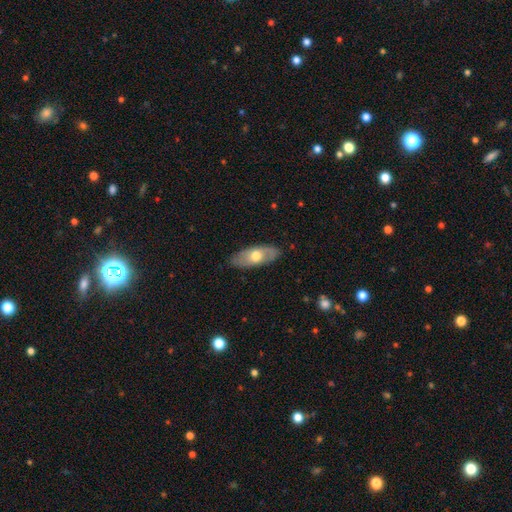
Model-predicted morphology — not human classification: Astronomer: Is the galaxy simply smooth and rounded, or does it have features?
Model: smooth — 53% (runner-up: featured or disk, 42%).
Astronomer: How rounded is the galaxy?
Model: in between — 83%.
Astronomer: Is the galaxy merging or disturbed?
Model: none — 83%.